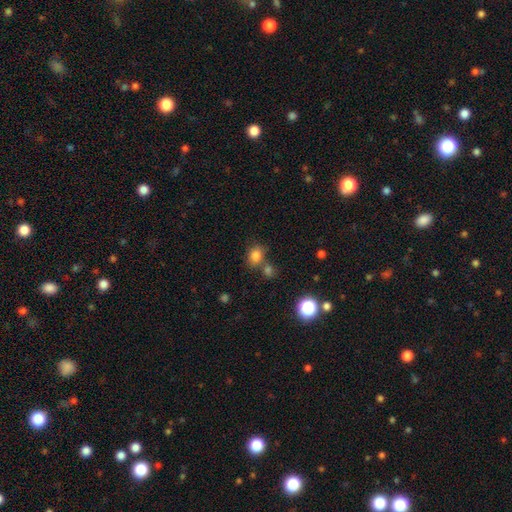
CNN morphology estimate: This appears to be a smooth galaxy with no disk features (80%) that is round (54%). Merging: none (60%).